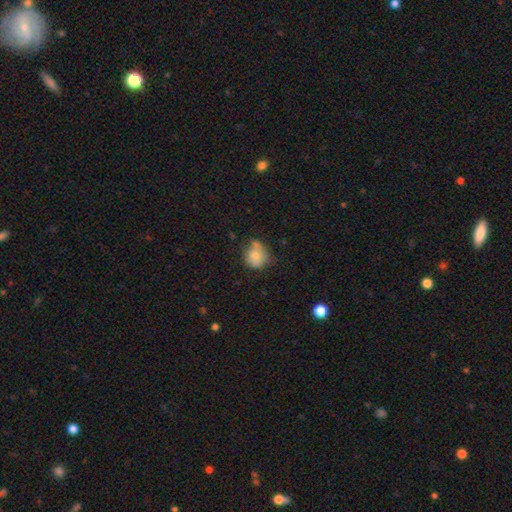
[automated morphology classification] A smooth galaxy with no disk features (76%) that is round (77%).

Vote fractions:
- Smooth or featured? smooth: 76% / featured or disk: 15% / star or artifact: 9%
- How rounded? round: 77% / in between: 22% / cigar-shaped: 1%
- Merging? none: 46% / minor disturbance: 29% / merger: 15% / major disturbance: 9%